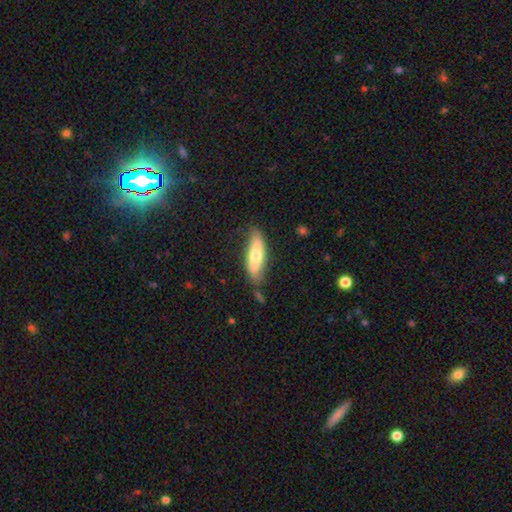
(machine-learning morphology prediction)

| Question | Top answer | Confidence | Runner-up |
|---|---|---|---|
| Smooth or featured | smooth | 60% | featured or disk (34%) |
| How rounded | cigar-shaped | 59% | in between (39%) |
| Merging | none | 75% | minor disturbance (19%) |